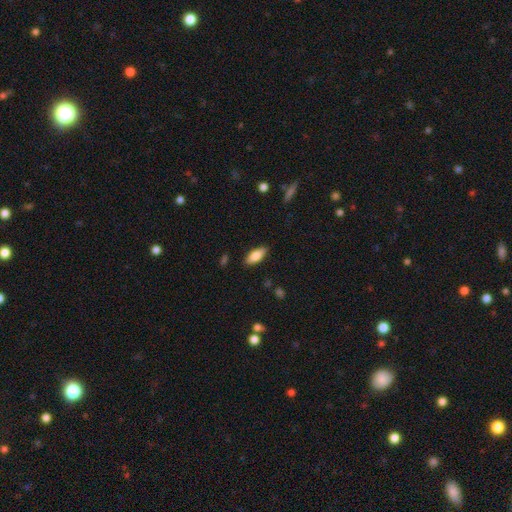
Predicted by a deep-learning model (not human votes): Overall: smooth (77%). How rounded: in between (78%). Merging: none (86%).